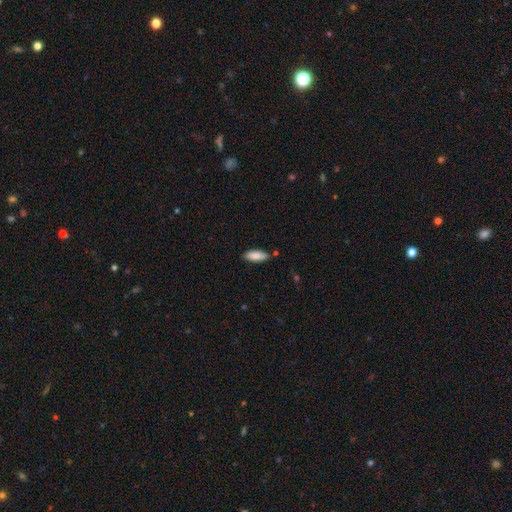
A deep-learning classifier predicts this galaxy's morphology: A smooth galaxy with no disk features (87%) that is in between round and cigar-shaped (72%). Merging: none (83%).